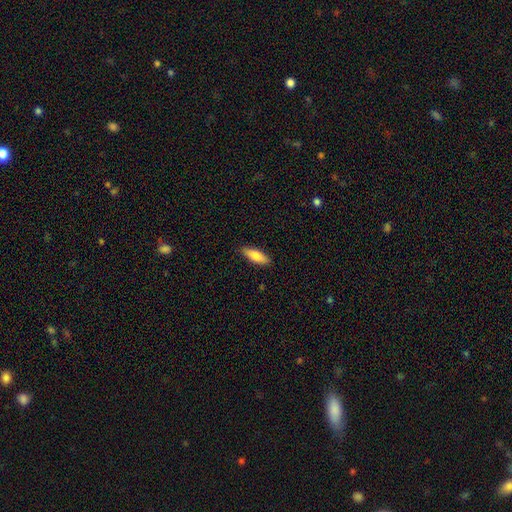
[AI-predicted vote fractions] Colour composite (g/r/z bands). It shows a smooth galaxy with no disk features (80%) that is in between round and cigar-shaped (60%). Merging: none (88%).